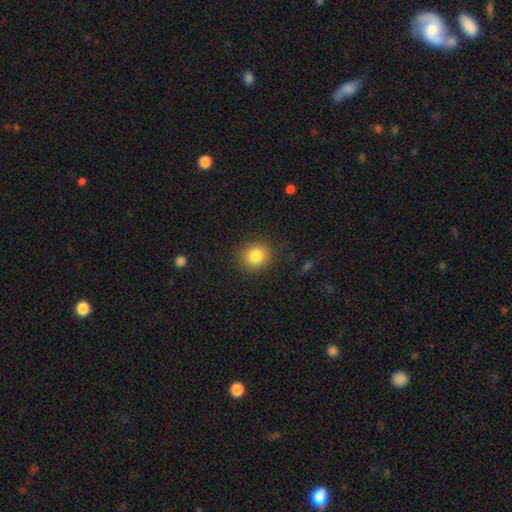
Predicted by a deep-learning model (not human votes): This is clearly a smooth galaxy (85%). How rounded: clearly round (82%). Merging: clearly none (88%).